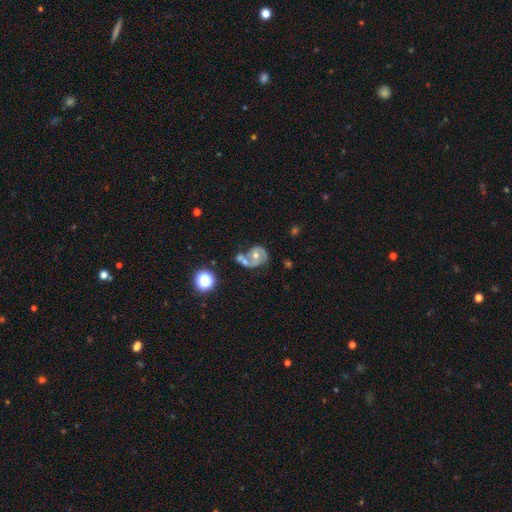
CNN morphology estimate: A featured or disk galaxy (76%) with no bar (74%), 2 (60%) medium (43%) spiral arms (81%) and a moderate central bulge (68%).

Vote fractions:
- Smooth or featured? featured or disk: 76% / smooth: 16% / star or artifact: 8%
- Edge-on disk? no: 97% / yes: 3%
- Bar? no: 74% / weak: 21% / strong: 5%
- Spiral arms? yes: 81% / no: 19%
- Spiral winding? medium: 43% / tight: 34% / loose: 22%
- Spiral arm count? 2: 60% / 1: 26% / can't tell: 10% / 3: 2% / 4: 1% / more than 4: 1%
- Bulge size? moderate: 68% / small: 25% / large: 4% / none: 2% / dominant: 1%
- Merging? merger: 41% / none: 32% / minor disturbance: 14% / major disturbance: 14%